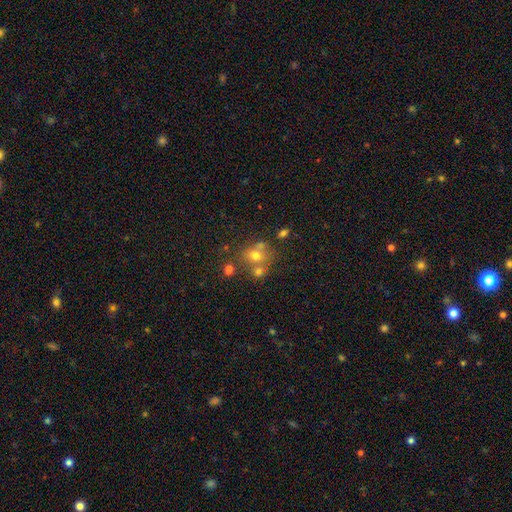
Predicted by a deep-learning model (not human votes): A smooth galaxy with no disk features (63%) that is round (64%).

Vote fractions:
- Smooth or featured? smooth: 63% / featured or disk: 19% / star or artifact: 18%
- How rounded? round: 64% / in between: 35% / cigar-shaped: 1%
- Merging? none: 46% / merger: 35% / minor disturbance: 13% / major disturbance: 6%